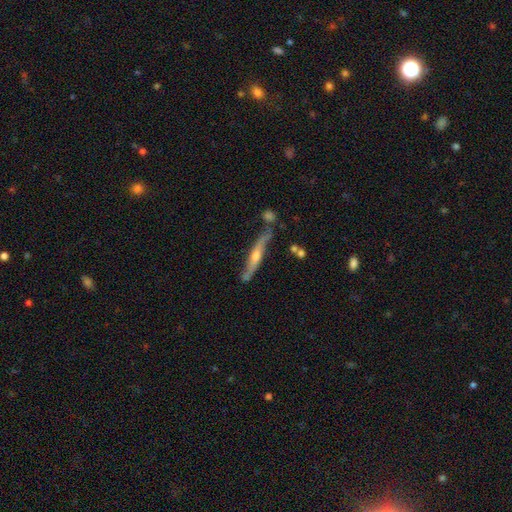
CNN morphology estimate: Overall: featured or disk (72%). Edge-on disk: yes (84%). Edge-on bulge: rounded (85%). Merging: none (68%).